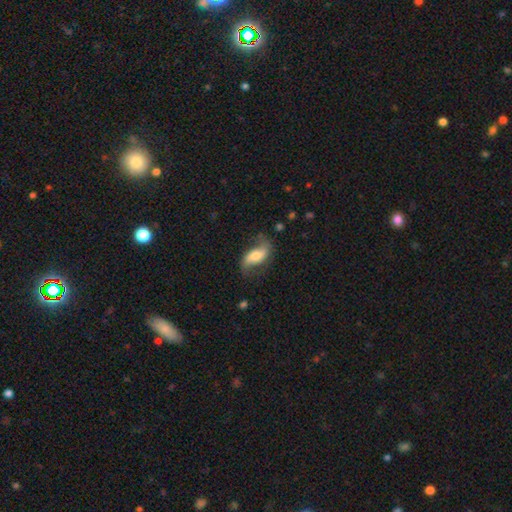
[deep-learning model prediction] Q: Smooth or featured?
A: featured or disk (61%); runner-up: smooth (32%)
Q: Edge-on disk?
A: no (92%); runner-up: yes (8%)
Q: Bar?
A: no (45%); runner-up: weak (34%)
Q: Spiral arms?
A: yes (90%); runner-up: no (10%)
Q: Bulge size?
A: moderate (45%); runner-up: small (25%)
Q: Merging?
A: none (64%); runner-up: minor disturbance (22%)